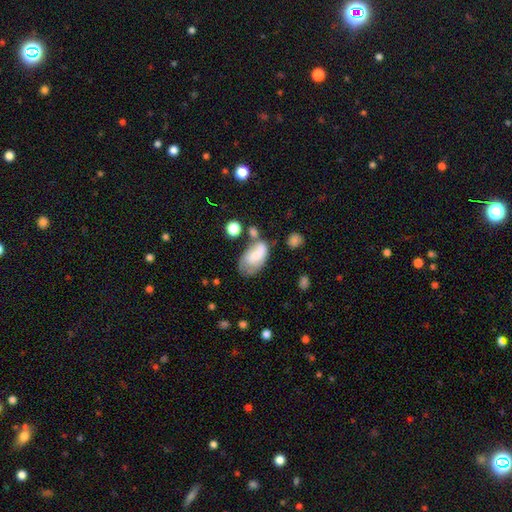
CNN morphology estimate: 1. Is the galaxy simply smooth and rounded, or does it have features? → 58% smooth, 34% featured or disk, 8% star or artifact.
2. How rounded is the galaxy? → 91% in between, 7% round, 2% cigar-shaped.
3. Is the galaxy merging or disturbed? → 32% none, 28% minor disturbance, 20% merger, 20% major disturbance.